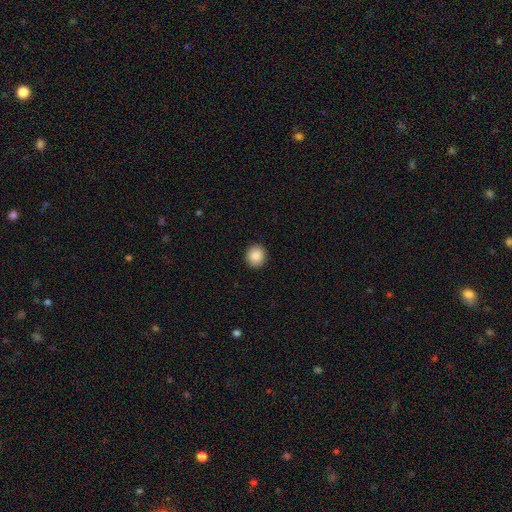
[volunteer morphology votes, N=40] smooth-or-featured: smooth: 80% | star or artifact: 12% | featured or disk: 8%
  how-rounded: round: 91% | in between: 9% | cigar-shaped: 0%
  merging: none: 89% | minor disturbance: 11% | major disturbance: 0% | merger: 0%